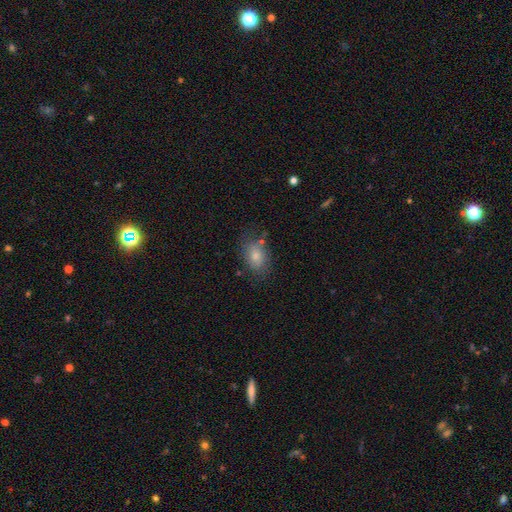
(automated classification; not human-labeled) Smooth or featured? Predicted: smooth (p=0.78). How rounded? Predicted: in between (p=0.73). Merging? Predicted: none (p=0.69).